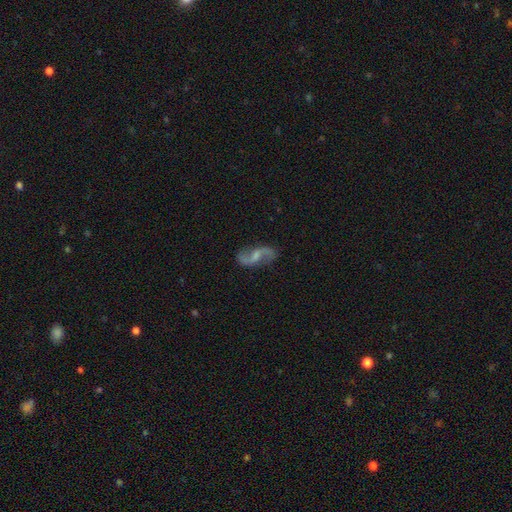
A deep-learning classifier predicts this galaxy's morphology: Smooth or featured? featured or disk (87%)
Edge-on disk? no (97%)
Bar? weak (51%)
Spiral arms? yes (96%)
Spiral winding? loose (74%)
Spiral arm count? 2 (94%)
Bulge size? small (42%)
Merging? none (81%)